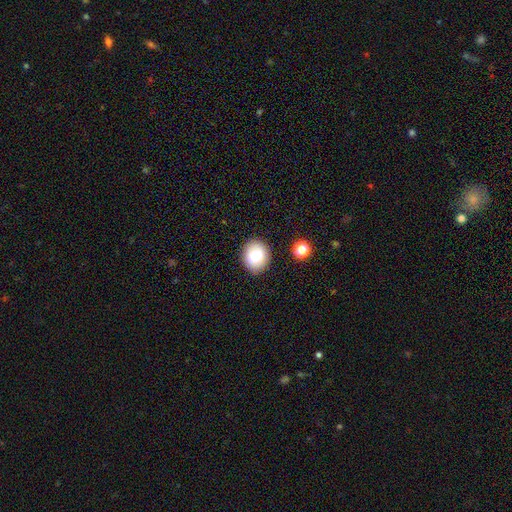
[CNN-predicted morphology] Smooth or featured? Predicted: smooth (p=0.77). How rounded? Predicted: round (p=0.65). Merging? Predicted: none (p=0.88).